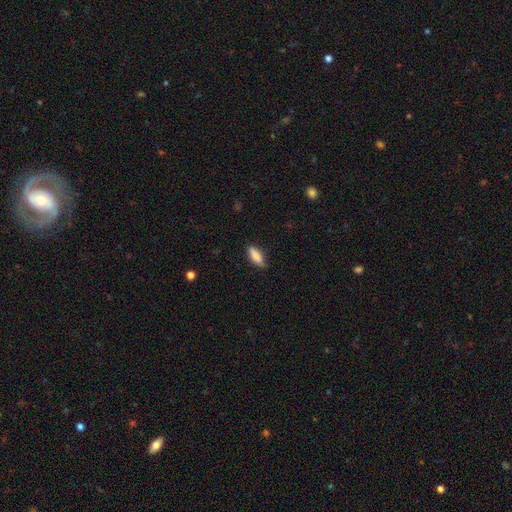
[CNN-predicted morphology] smooth 82%, featured or disk 11%, star or artifact 7%. Down the decision tree: how rounded — in between (61%); merging — none (78%).